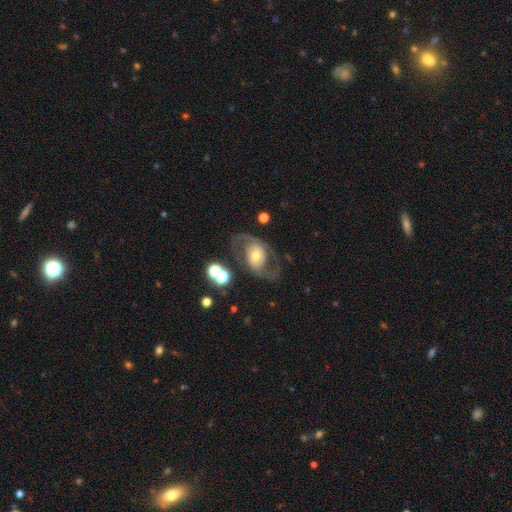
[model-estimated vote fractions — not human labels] Smooth or featured? featured or disk (77%)
Edge-on disk? no (96%)
Bar? no (65%)
Spiral arms? yes (80%)
Spiral winding? medium (47%)
Spiral arm count? 2 (88%)
Bulge size? moderate (63%)
Merging? none (62%)